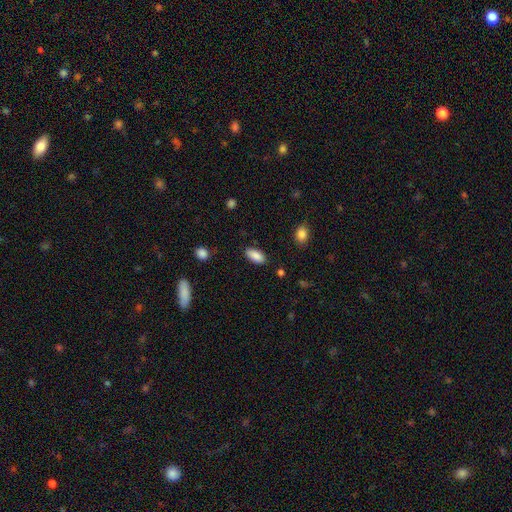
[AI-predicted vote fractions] Morphology: type=smooth (88%); roundness=in between (90%); merging=none (86%).